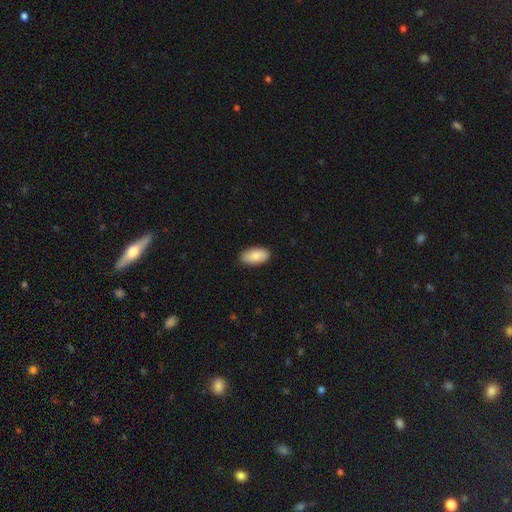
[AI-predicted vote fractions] smooth_or_featured: smooth (p=0.88) [alt: featured or disk p=0.06]
how_rounded: in between (p=0.95) [alt: cigar-shaped p=0.03]
merging: none (p=0.87) [alt: minor disturbance p=0.10]